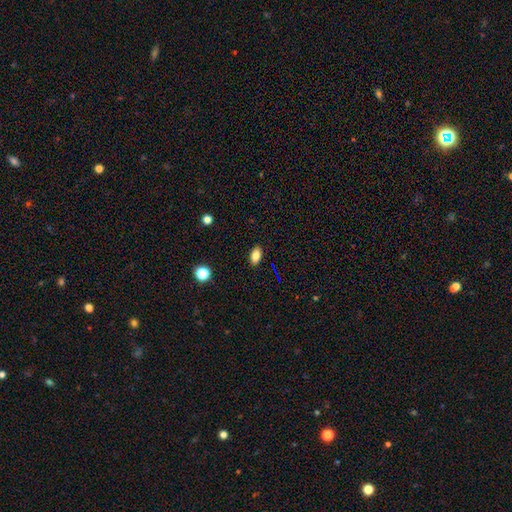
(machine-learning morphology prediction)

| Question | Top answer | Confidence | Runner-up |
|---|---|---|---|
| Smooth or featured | smooth | 82% | star or artifact (10%) |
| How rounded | in between | 88% | round (8%) |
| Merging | none | 89% | minor disturbance (8%) |